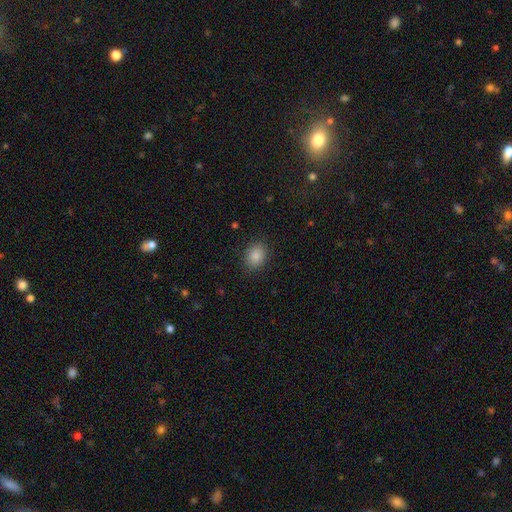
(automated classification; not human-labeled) Overall: smooth (87%). How rounded: in between (58%; round 41%). Merging: none (88%).